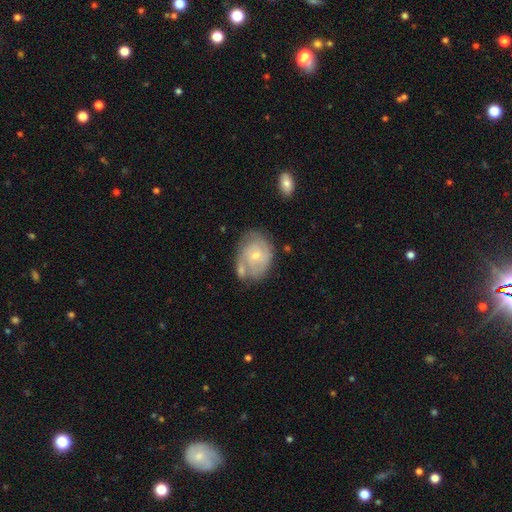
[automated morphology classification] This appears to be a featured or disk galaxy (66%) with no bar (71%), 2 (41%) tight (61%) spiral arms (83%) and a small central bulge (63%). Merging: none (51%).